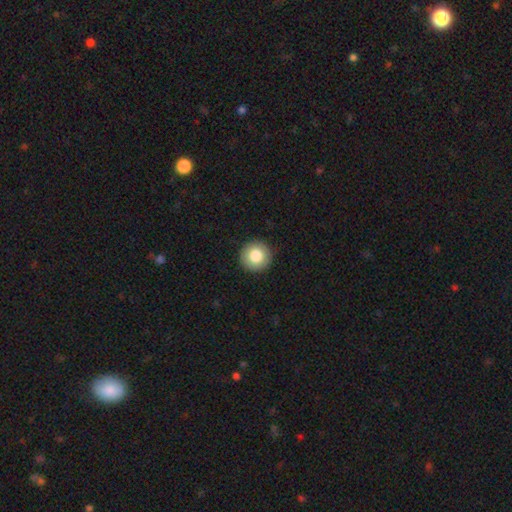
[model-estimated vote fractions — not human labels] Smooth or featured? smooth (82%)
How rounded? round (96%)
Merging? none (92%)